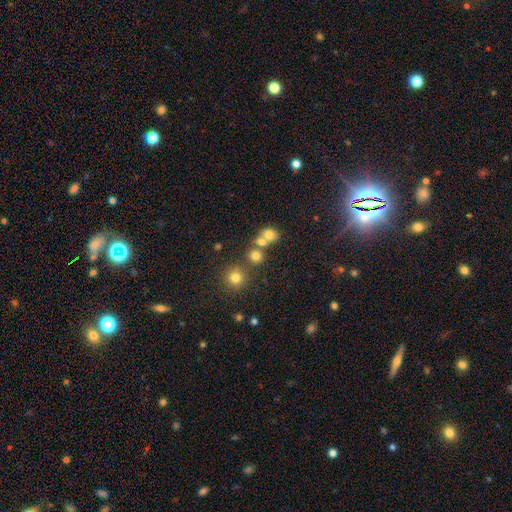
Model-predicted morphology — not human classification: A smooth galaxy with no disk features (71%) that is round (79%).

Vote fractions:
- Smooth or featured? smooth: 71% / star or artifact: 17% / featured or disk: 12%
- How rounded? round: 79% / in between: 20% / cigar-shaped: 1%
- Merging? none: 51% / merger: 37% / minor disturbance: 8% / major disturbance: 4%